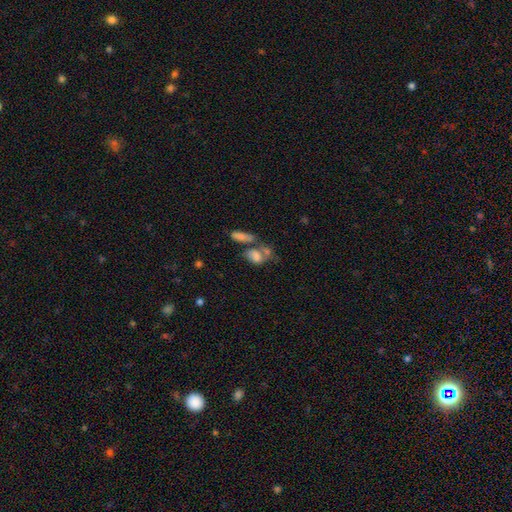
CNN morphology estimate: A smooth galaxy with no disk features (67%) that is in between round and cigar-shaped (80%).

Vote fractions:
- Smooth or featured? smooth: 67% / featured or disk: 21% / star or artifact: 11%
- How rounded? in between: 80% / round: 16% / cigar-shaped: 4%
- Merging? merger: 52% / none: 23% / major disturbance: 13% / minor disturbance: 12%